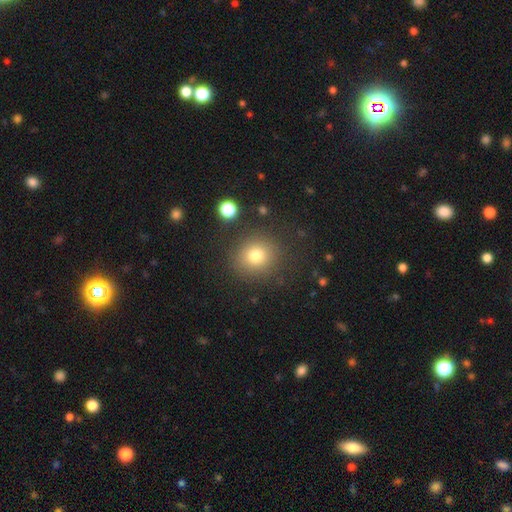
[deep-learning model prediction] A smooth galaxy with no disk features (76%) that is round (85%).

Vote fractions:
- Smooth or featured? smooth: 76% / star or artifact: 14% / featured or disk: 9%
- How rounded? round: 85% / in between: 14% / cigar-shaped: 1%
- Merging? none: 85% / minor disturbance: 8% / major disturbance: 4% / merger: 2%